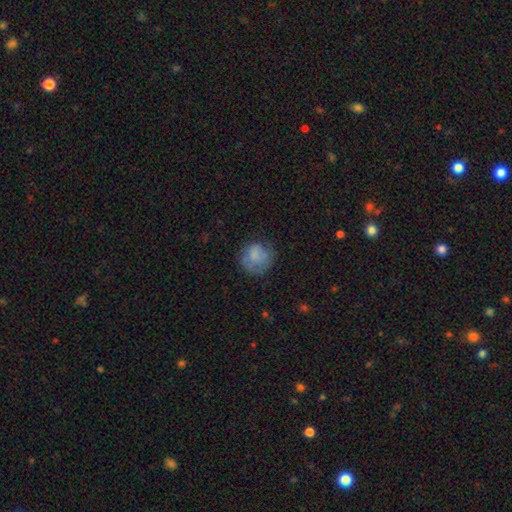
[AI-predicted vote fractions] Overall: smooth (72%). How rounded: round (86%). Merging: none (62%; minor disturbance 22%).